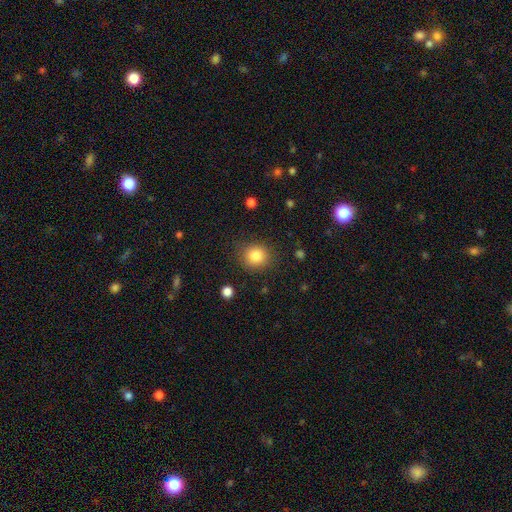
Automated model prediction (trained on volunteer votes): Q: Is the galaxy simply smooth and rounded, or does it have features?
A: smooth — 84%.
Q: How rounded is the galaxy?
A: round — 85%.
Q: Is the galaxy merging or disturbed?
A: none — 85%.